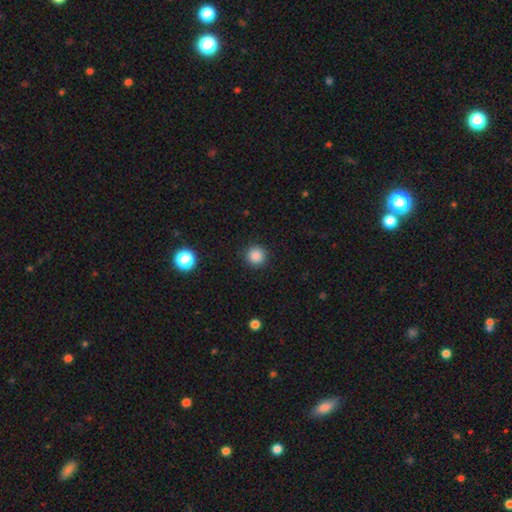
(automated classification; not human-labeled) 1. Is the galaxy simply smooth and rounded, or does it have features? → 86% smooth, 11% star or artifact, 3% featured or disk.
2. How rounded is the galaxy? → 95% round, 4% in between, 1% cigar-shaped.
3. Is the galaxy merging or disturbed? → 91% none, 6% minor disturbance, 2% major disturbance, 1% merger.